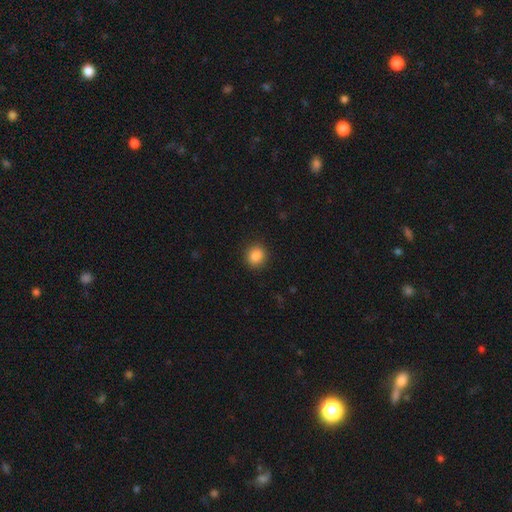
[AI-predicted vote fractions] Smooth or featured? Predicted: smooth (p=0.85). How rounded? Predicted: round (p=0.86). Merging? Predicted: none (p=0.91).